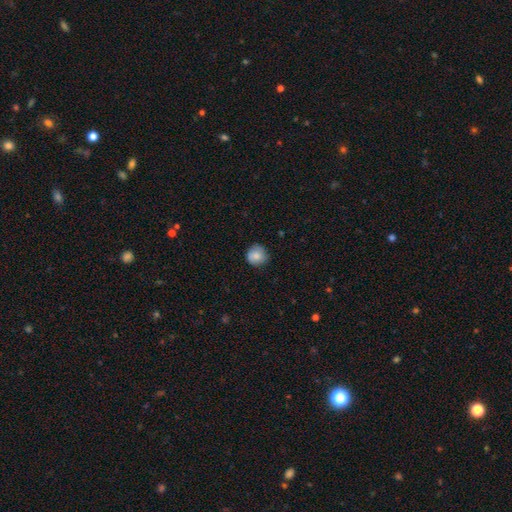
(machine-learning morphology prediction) This appears to be a smooth galaxy with no disk features (83%) that is round (91%). Merging: none (81%).